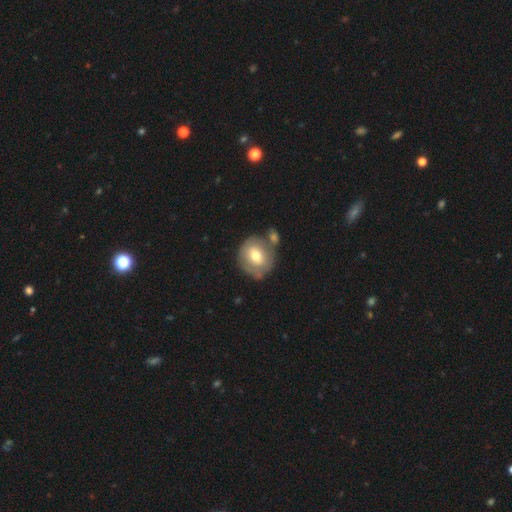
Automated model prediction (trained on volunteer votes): Smooth or featured?
  - smooth: 64% *
  - featured or disk: 29%
  - star or artifact: 7%
How rounded?
  - round: 78% *
  - in between: 21%
  - cigar-shaped: 1%
Merging?
  - none: 54% *
  - merger: 21%
  - minor disturbance: 18%
  - major disturbance: 6%